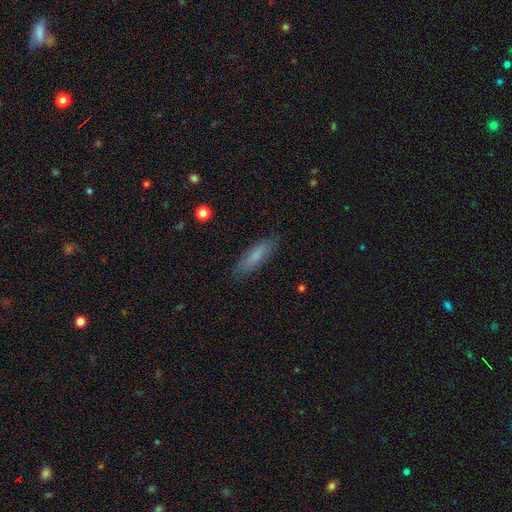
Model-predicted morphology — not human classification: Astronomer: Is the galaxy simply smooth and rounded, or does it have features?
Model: smooth — 78%.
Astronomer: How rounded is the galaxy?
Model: cigar-shaped — 70%.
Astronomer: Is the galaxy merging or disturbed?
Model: none — 87%.